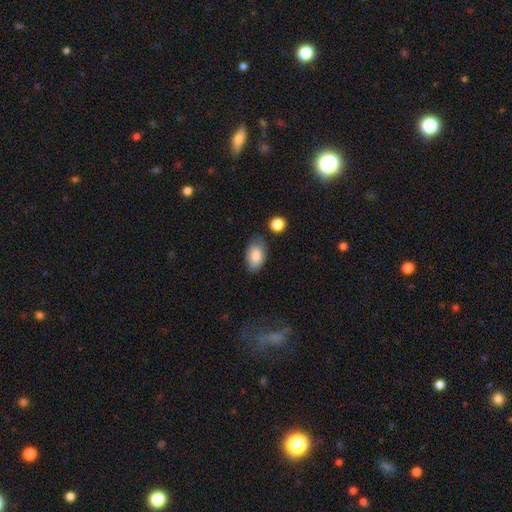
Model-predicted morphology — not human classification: This is clearly a smooth galaxy (83%). How rounded: clearly in between (93%). Merging: likely none (67%).